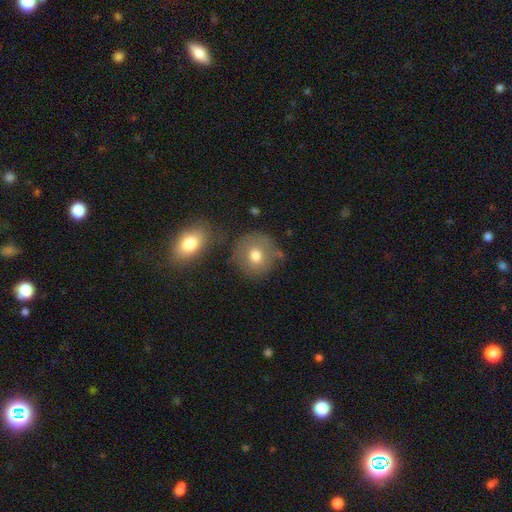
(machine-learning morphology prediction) Smooth or featured? smooth (72%)
How rounded? round (88%)
Merging? none (70%)